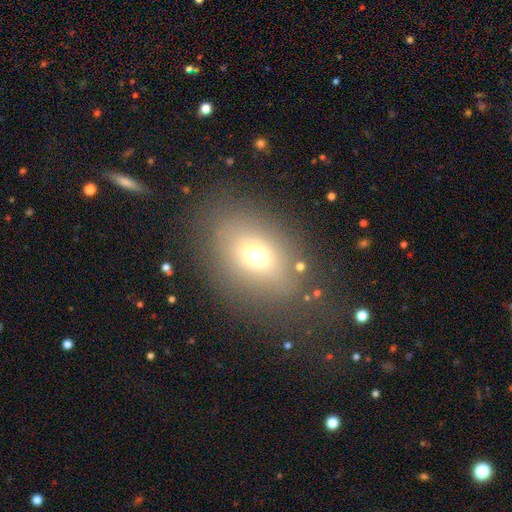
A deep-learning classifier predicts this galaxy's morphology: Smooth or featured?
  - smooth: 67% *
  - star or artifact: 17%
  - featured or disk: 16%
How rounded?
  - in between: 65% *
  - round: 34%
  - cigar-shaped: 2%
Merging?
  - none: 76% *
  - minor disturbance: 13%
  - major disturbance: 9%
  - merger: 3%